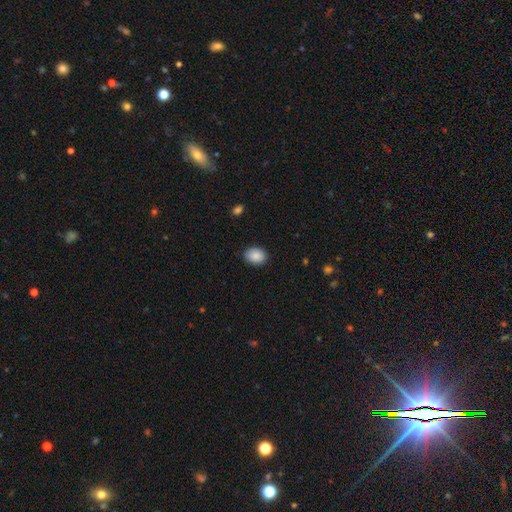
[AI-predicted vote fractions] Smooth or featured? smooth (89%)
How rounded? in between (65%)
Merging? none (87%)